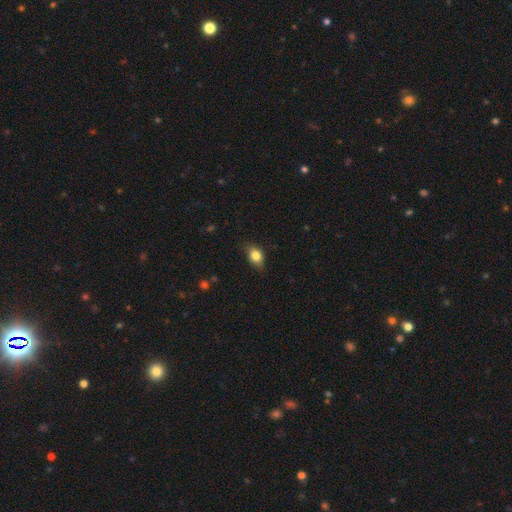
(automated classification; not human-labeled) Smooth or featured? smooth (83%)
How rounded? in between (73%)
Merging? none (74%)